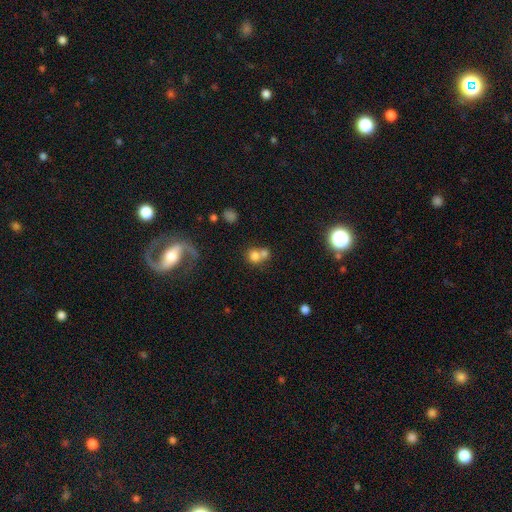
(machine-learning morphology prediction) This is likely a smooth galaxy (73%). How rounded: likely round (78%). Merging: possibly merger (55%).